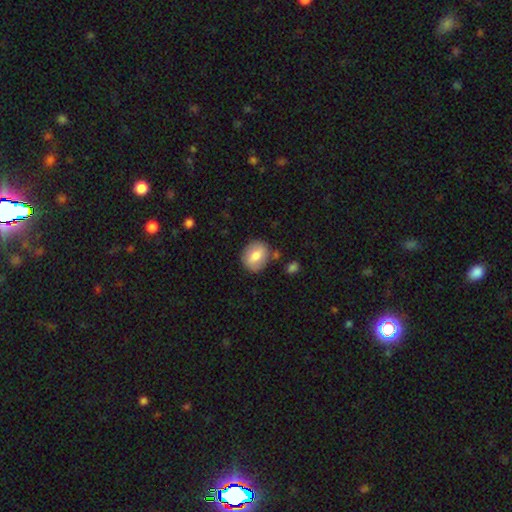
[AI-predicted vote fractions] smooth-or-featured: smooth: 73% | featured or disk: 20% | star or artifact: 7%
  how-rounded: round: 55% | in between: 44% | cigar-shaped: 1%
  merging: none: 78% | minor disturbance: 14% | merger: 5% | major disturbance: 4%